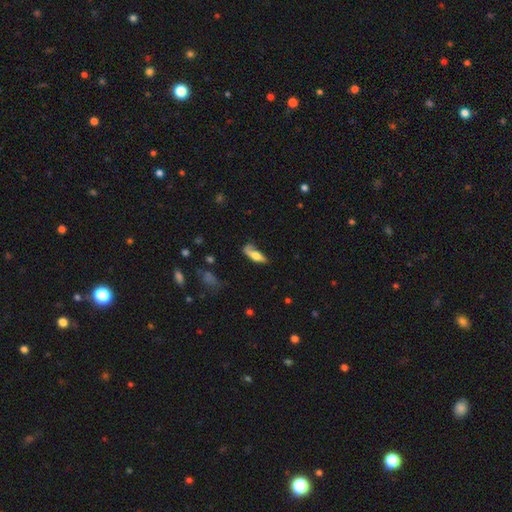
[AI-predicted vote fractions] Smooth or featured? Predicted: smooth (p=0.60). How rounded? Predicted: in between (p=0.58). Merging? Predicted: none (p=0.47).